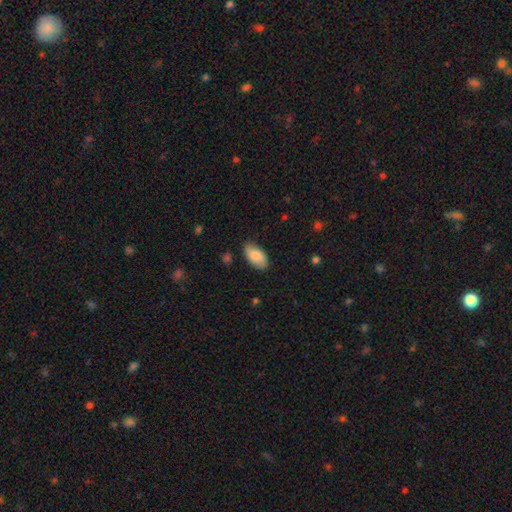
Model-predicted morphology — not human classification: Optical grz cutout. It shows a smooth galaxy with no disk features (82%) that is in between round and cigar-shaped (94%). Merging: none (82%).